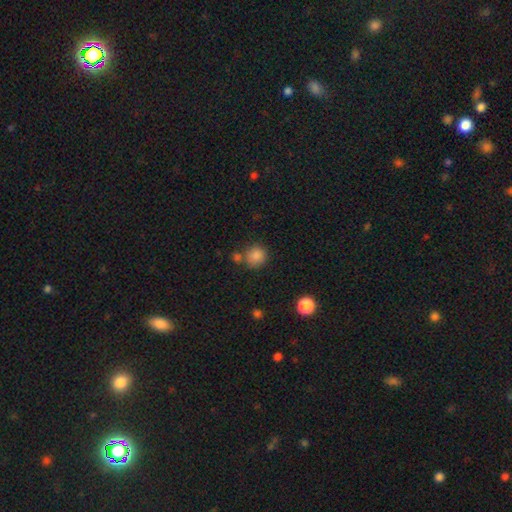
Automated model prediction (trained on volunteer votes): Smooth or featured? smooth (85%)
How rounded? round (88%)
Merging? none (69%)